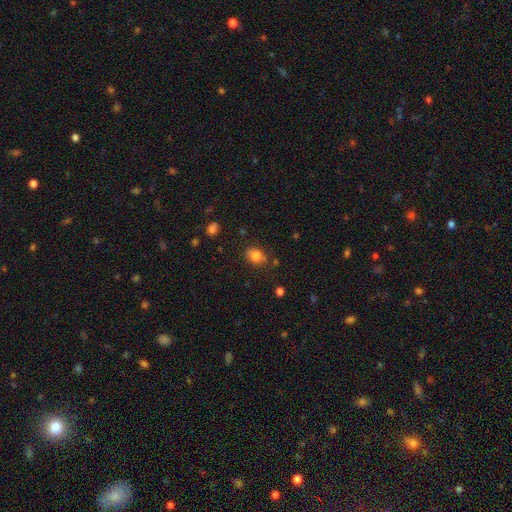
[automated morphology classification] A smooth galaxy with no disk features (78%) that is in between round and cigar-shaped (56%). Merging: none (65%).